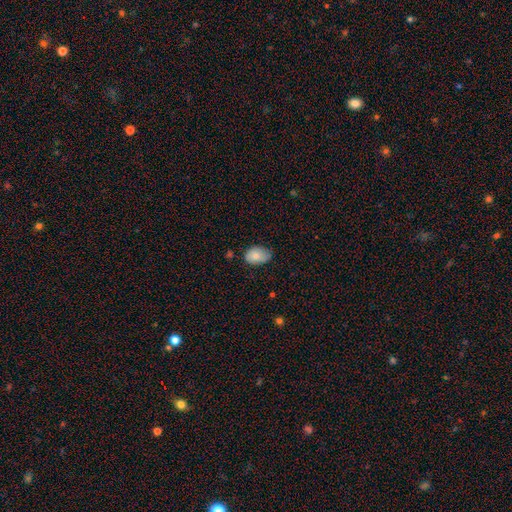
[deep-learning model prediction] Smooth or featured: smooth — 79% (featured or disk — 14%)
How rounded: in between — 86% (round — 13%)
Merging: none — 56% (minor disturbance — 36%)